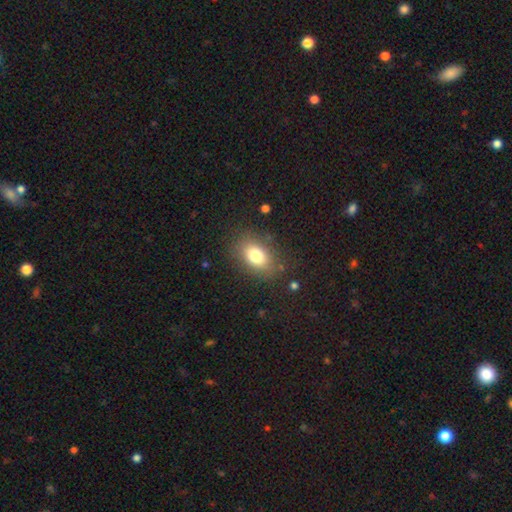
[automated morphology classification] smooth-or-featured: smooth: 78% | featured or disk: 11% | star or artifact: 10%
  how-rounded: in between: 78% | round: 20% | cigar-shaped: 2%
  merging: none: 81% | minor disturbance: 12% | major disturbance: 5% | merger: 2%